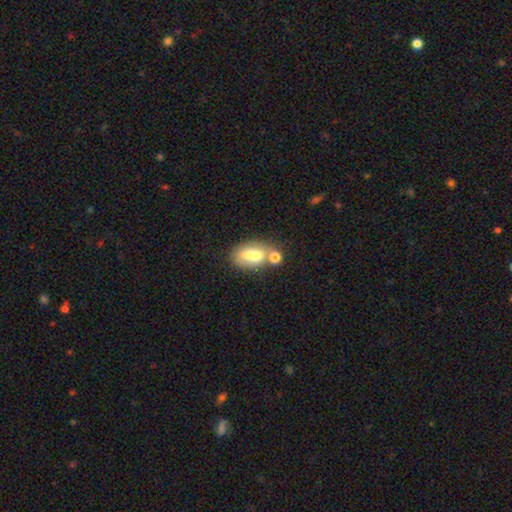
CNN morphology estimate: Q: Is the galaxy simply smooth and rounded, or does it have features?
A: smooth — 66%.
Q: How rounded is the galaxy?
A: in between — 85%.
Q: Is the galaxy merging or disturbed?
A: none — 43%.